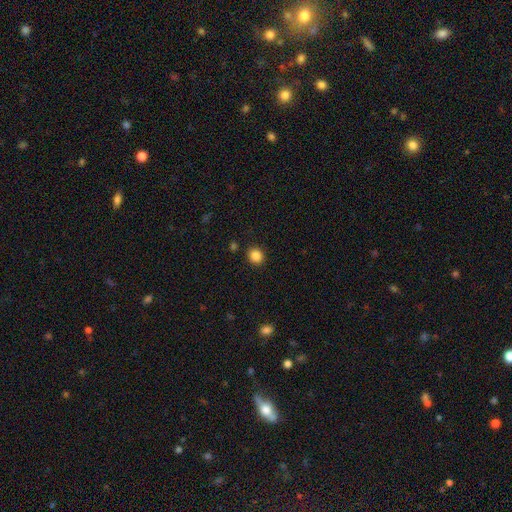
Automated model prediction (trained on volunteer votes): A smooth galaxy with no disk features (85%) that is round (78%). Merging: none (90%).